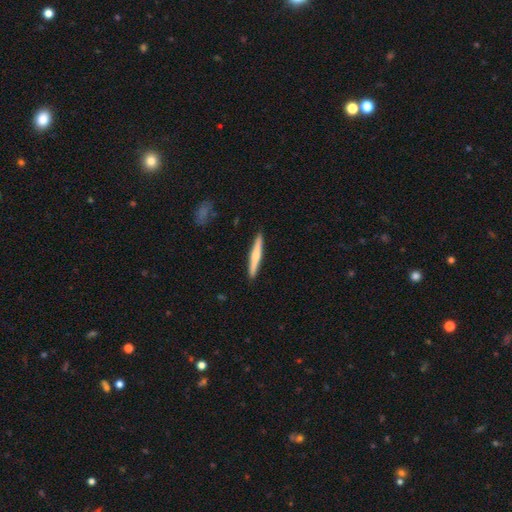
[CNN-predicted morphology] Smooth or featured? smooth (56%)
How rounded? cigar-shaped (95%)
Merging? none (91%)